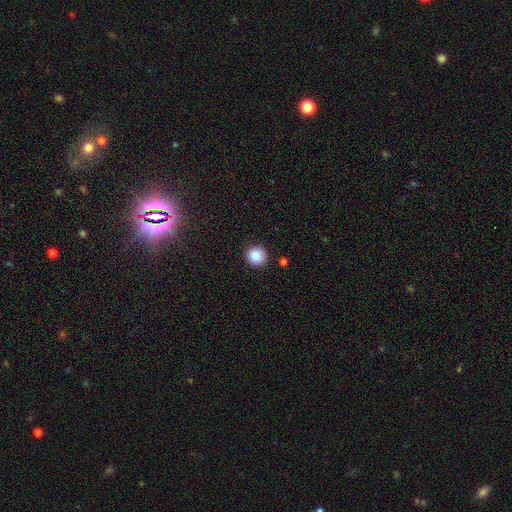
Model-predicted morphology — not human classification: Smooth or featured?
  - smooth: 86% *
  - star or artifact: 9%
  - featured or disk: 4%
How rounded?
  - round: 94% *
  - in between: 6%
  - cigar-shaped: 1%
Merging?
  - none: 91% *
  - minor disturbance: 6%
  - major disturbance: 2%
  - merger: 2%